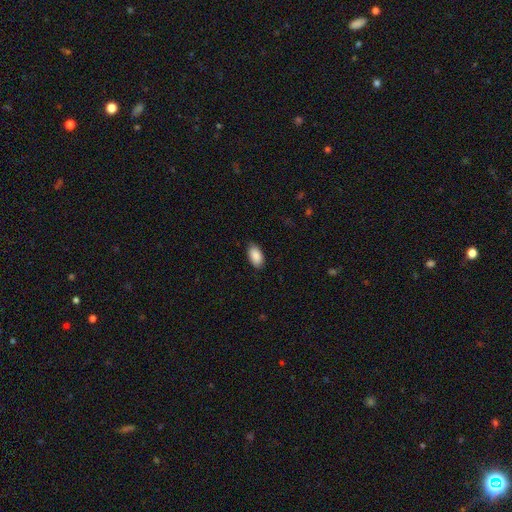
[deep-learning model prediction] Smooth or featured? Predicted: smooth (p=0.89). How rounded? Predicted: in between (p=0.95). Merging? Predicted: none (p=0.83).